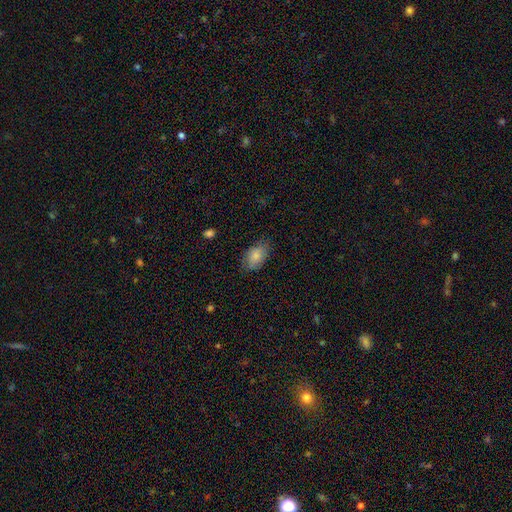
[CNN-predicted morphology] Q: Smooth or featured?
A: smooth (81%); runner-up: featured or disk (12%)
Q: How rounded?
A: in between (88%); runner-up: round (11%)
Q: Merging?
A: none (68%); runner-up: minor disturbance (24%)